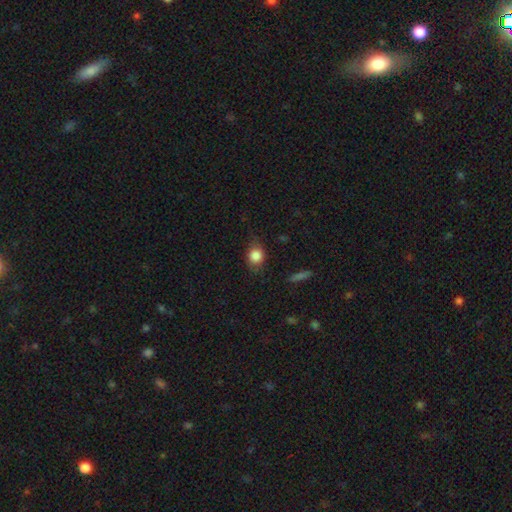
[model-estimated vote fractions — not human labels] This is clearly a smooth galaxy (83%). How rounded: possibly round (58%). Merging: likely none (72%).